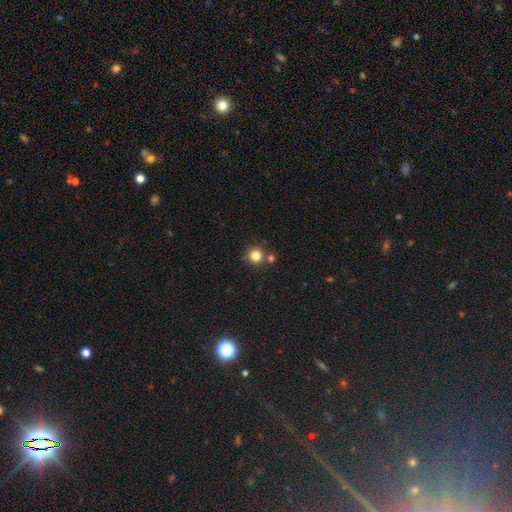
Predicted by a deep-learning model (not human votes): A smooth galaxy with no disk features (82%) that is round (94%).

Vote fractions:
- Smooth or featured? smooth: 82% / star or artifact: 13% / featured or disk: 5%
- How rounded? round: 94% / in between: 5% / cigar-shaped: 1%
- Merging? none: 79% / merger: 12% / minor disturbance: 7% / major disturbance: 2%